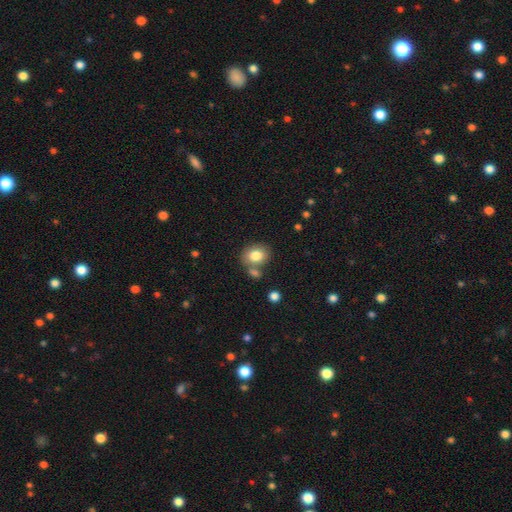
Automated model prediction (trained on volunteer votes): Smooth or featured? Predicted: smooth (p=0.80). How rounded? Predicted: round (p=0.50). Merging? Predicted: none (p=0.64).